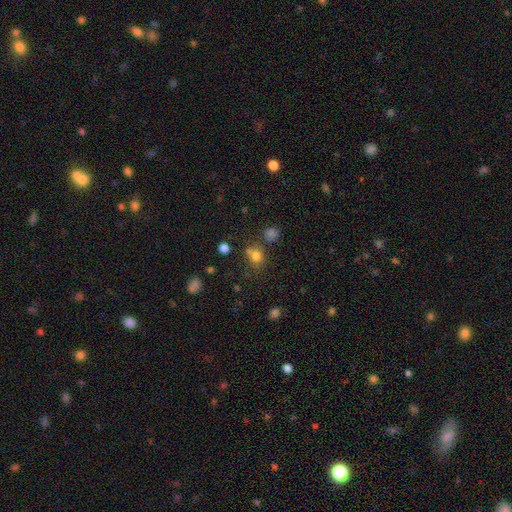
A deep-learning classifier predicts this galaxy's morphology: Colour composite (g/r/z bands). It shows a smooth galaxy with no disk features (75%) that is round (72%). Merging: none (61%).